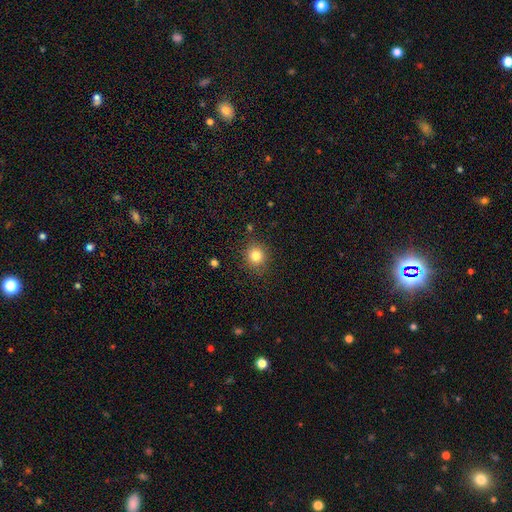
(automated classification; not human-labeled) This is clearly a smooth galaxy (82%). How rounded: clearly round (89%). Merging: clearly none (88%).